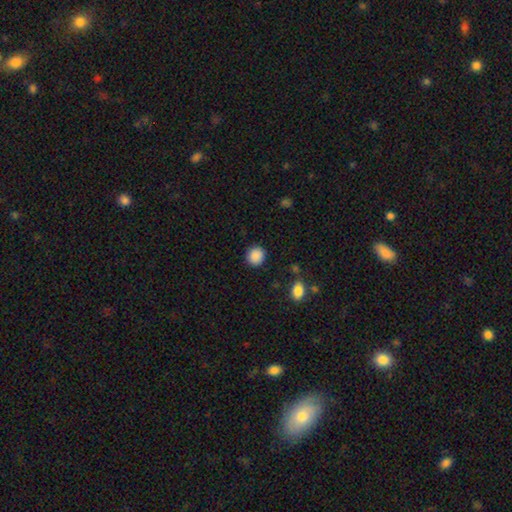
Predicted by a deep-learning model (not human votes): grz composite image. It shows a smooth galaxy with no disk features (89%) that is round (89%). Merging: none (89%).